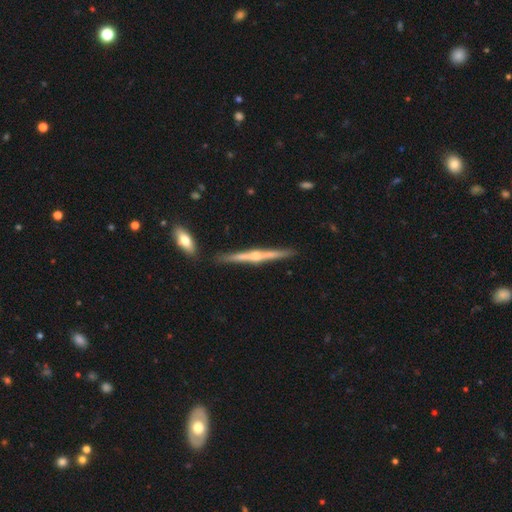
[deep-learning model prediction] This appears to be a featured or disk galaxy (78%) viewed edge-on (98%) with a rounded central bulge (84%). Merging: none (88%).